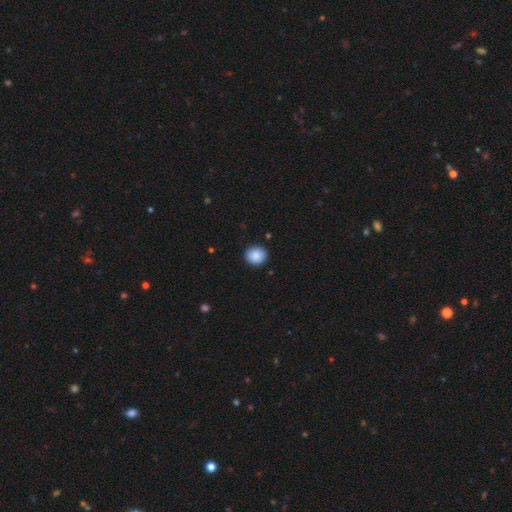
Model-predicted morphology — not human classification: This is clearly a smooth galaxy (88%). How rounded: clearly round (84%). Merging: clearly none (91%).